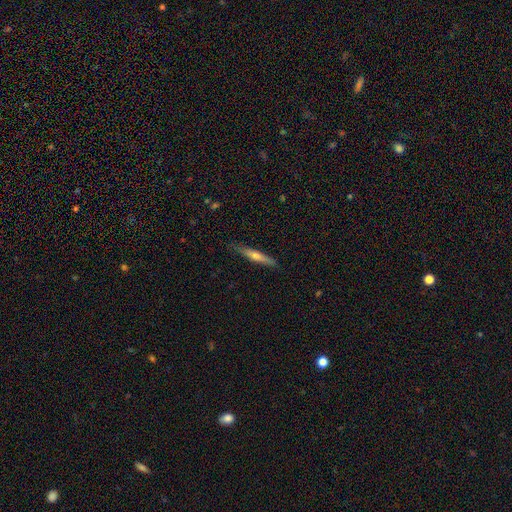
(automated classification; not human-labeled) A smooth galaxy with no disk features (49%). Merging: none (87%).